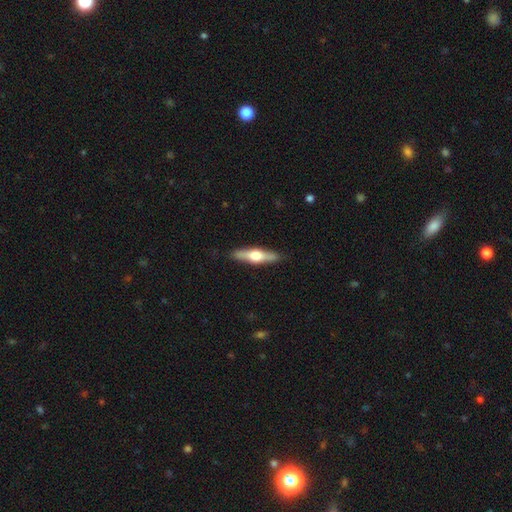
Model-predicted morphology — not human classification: Q: Smooth or featured?
A: featured or disk (59%); runner-up: smooth (36%)
Q: Edge-on disk?
A: yes (95%); runner-up: no (5%)
Q: Edge-on bulge?
A: rounded (93%); runner-up: boxy (5%)
Q: Merging?
A: none (88%); runner-up: minor disturbance (9%)